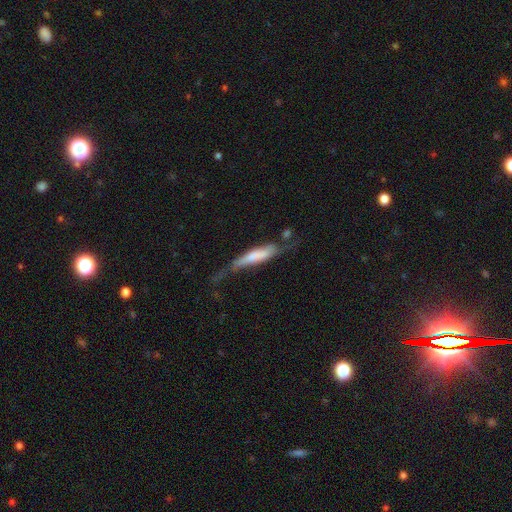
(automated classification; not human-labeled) Smooth or featured? Predicted: smooth (p=0.54). How rounded? Predicted: cigar-shaped (p=0.77). Merging? Predicted: none (p=0.36).